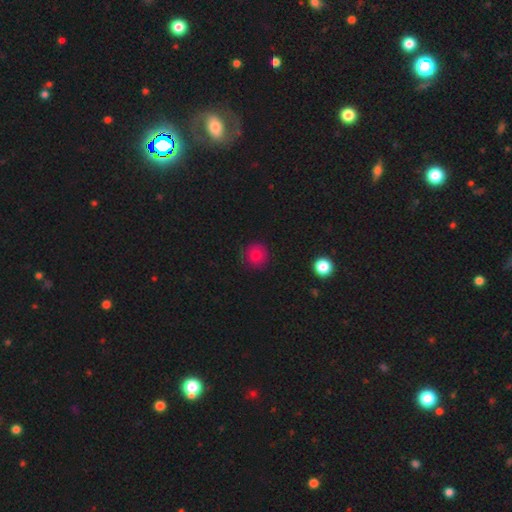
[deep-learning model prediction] smooth-or-featured: smooth: 75% | star or artifact: 12% | featured or disk: 12%
  how-rounded: round: 94% | in between: 5% | cigar-shaped: 1%
  merging: none: 85% | minor disturbance: 11% | major disturbance: 3% | merger: 1%